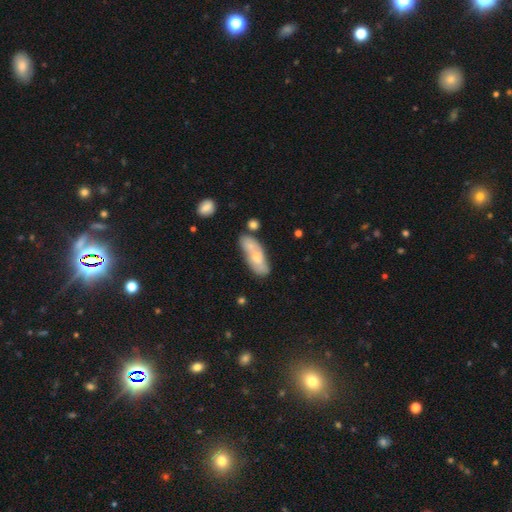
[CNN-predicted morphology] A smooth galaxy with no disk features (53%) that is in between round and cigar-shaped (70%).

Vote fractions:
- Smooth or featured? smooth: 53% / featured or disk: 40% / star or artifact: 7%
- How rounded? in between: 70% / cigar-shaped: 27% / round: 3%
- Merging? none: 59% / minor disturbance: 21% / merger: 15% / major disturbance: 5%